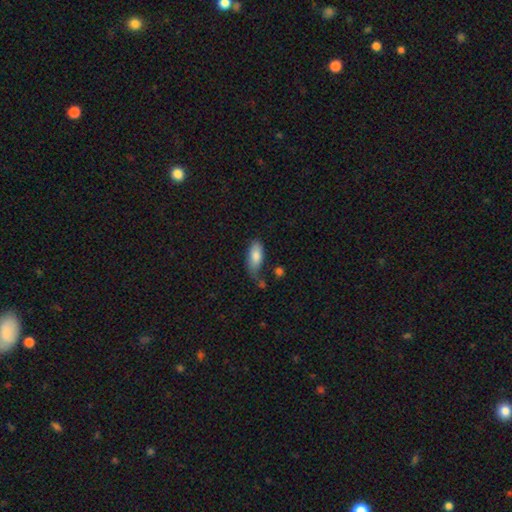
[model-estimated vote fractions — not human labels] A smooth galaxy with no disk features (82%) that is in between round and cigar-shaped (85%).

Vote fractions:
- Smooth or featured? smooth: 82% / featured or disk: 12% / star or artifact: 7%
- How rounded? in between: 85% / cigar-shaped: 13% / round: 2%
- Merging? none: 54% / minor disturbance: 29% / major disturbance: 9% / merger: 8%